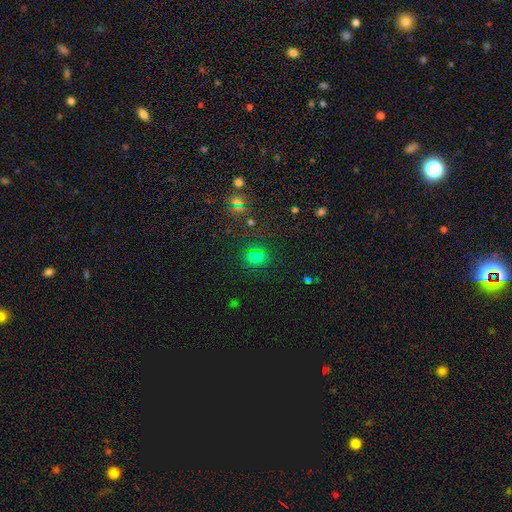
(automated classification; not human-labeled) Smooth or featured? Predicted: smooth (p=0.63). How rounded? Predicted: round (p=0.74). Merging? Predicted: none (p=0.81).